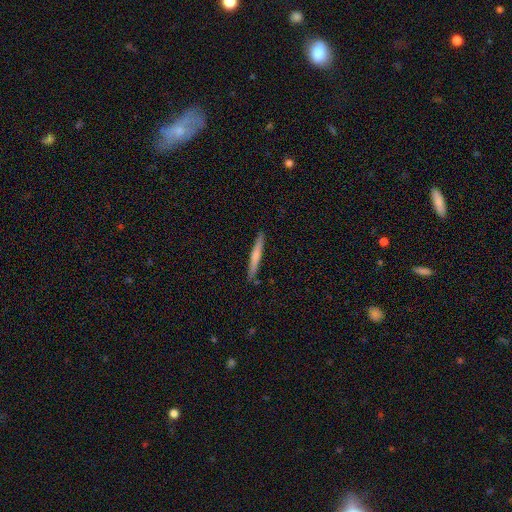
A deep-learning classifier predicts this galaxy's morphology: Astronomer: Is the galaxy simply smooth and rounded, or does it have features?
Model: smooth — 57% (runner-up: featured or disk, 37%).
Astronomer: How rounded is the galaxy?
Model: cigar-shaped — 96%.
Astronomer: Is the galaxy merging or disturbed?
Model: none — 90%.